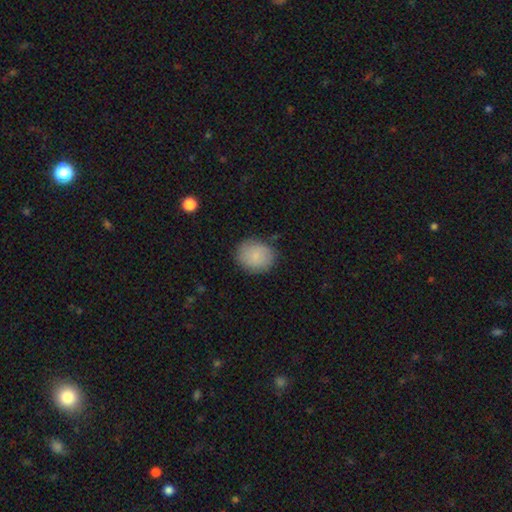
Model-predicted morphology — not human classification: Smooth or featured? smooth (82%)
How rounded? round (70%)
Merging? none (82%)